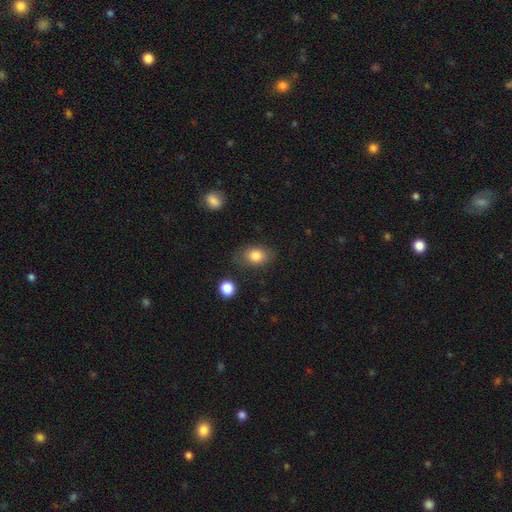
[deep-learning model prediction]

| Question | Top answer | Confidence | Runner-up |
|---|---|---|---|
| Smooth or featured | smooth | 82% | featured or disk (9%) |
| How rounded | in between | 75% | round (24%) |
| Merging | none | 75% | minor disturbance (17%) |